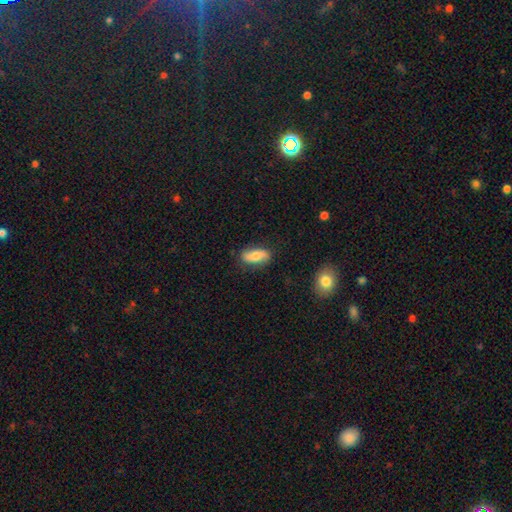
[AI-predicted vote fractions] The model was most divided on "smooth or featured": smooth: 60%, featured or disk: 34%, star or artifact: 7%. More confident: how rounded — in between (81%); merging — none (81%).